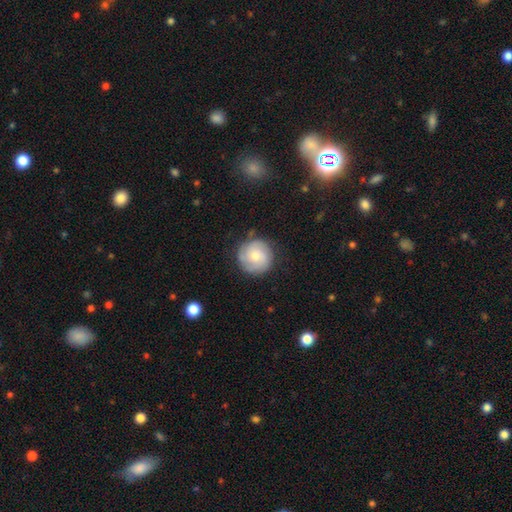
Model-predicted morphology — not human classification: Smooth or featured? Predicted: featured or disk (p=0.47). Merging? Predicted: none (p=0.82).